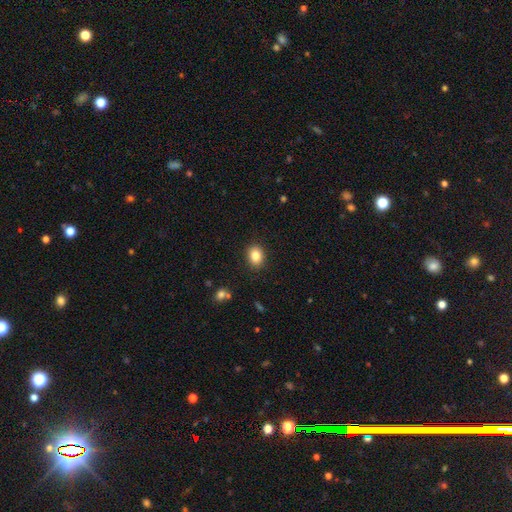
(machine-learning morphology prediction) Smooth or featured?
  - smooth: 84% *
  - star or artifact: 9%
  - featured or disk: 6%
How rounded?
  - in between: 53% *
  - round: 47%
  - cigar-shaped: 1%
Merging?
  - none: 89% *
  - minor disturbance: 8%
  - major disturbance: 2%
  - merger: 1%